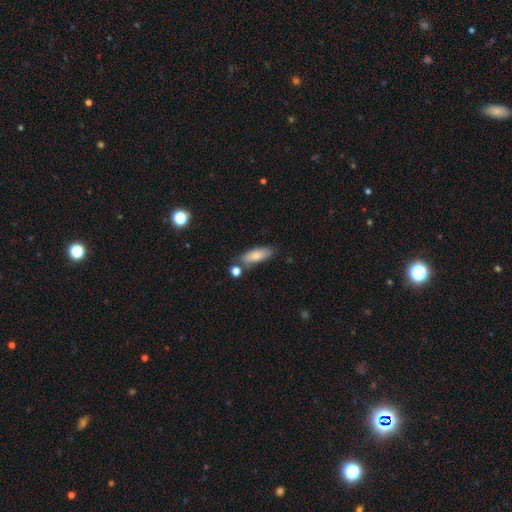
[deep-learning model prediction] This appears to be a smooth galaxy with no disk features (77%) that is in between round and cigar-shaped (66%). Merging: none (70%).